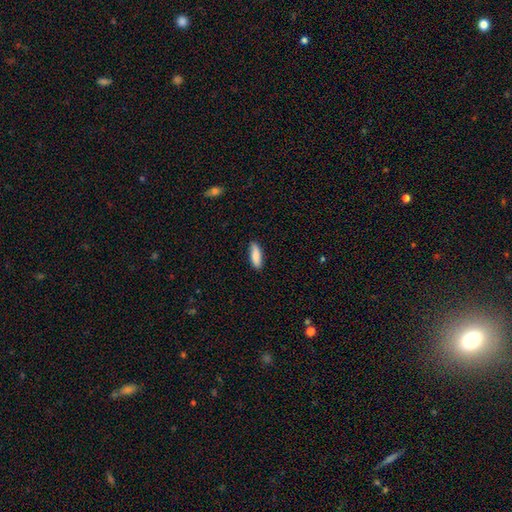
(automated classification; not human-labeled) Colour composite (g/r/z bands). It shows a smooth galaxy with no disk features (85%) that is in between round and cigar-shaped (53%). Merging: none (85%).